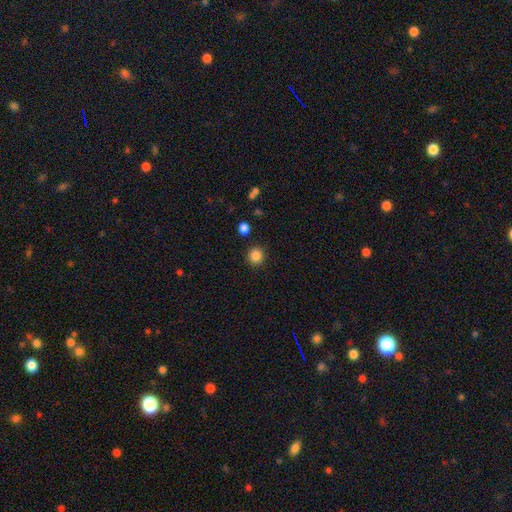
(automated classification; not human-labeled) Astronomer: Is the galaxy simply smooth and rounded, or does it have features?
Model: smooth — 86%.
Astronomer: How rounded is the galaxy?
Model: round — 93%.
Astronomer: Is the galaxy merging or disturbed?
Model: none — 90%.